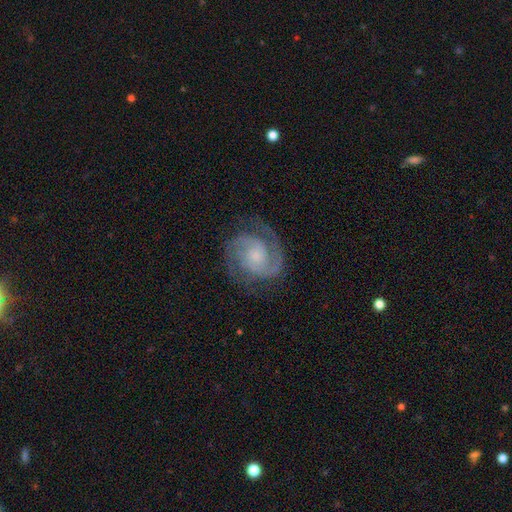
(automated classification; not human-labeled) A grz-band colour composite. It shows a featured or disk galaxy (89%) with no bar (64%), 2 (88%) tight (53%) spiral arms (98%) and a small central bulge (55%). Merging: none (80%).